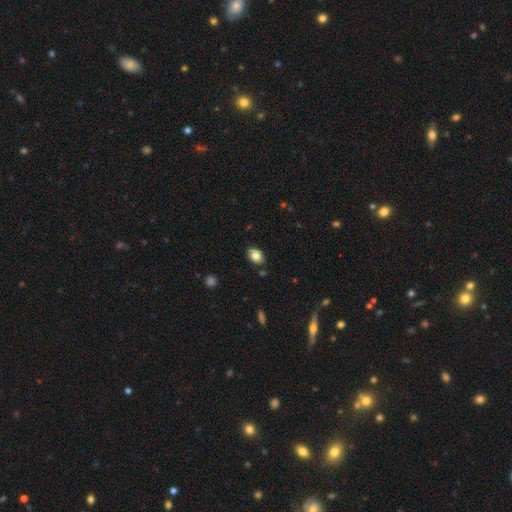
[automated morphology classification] A smooth galaxy with no disk features (83%) that is in between round and cigar-shaped (76%).

Vote fractions:
- Smooth or featured? smooth: 83% / star or artifact: 9% / featured or disk: 8%
- How rounded? in between: 76% / round: 22% / cigar-shaped: 1%
- Merging? none: 86% / minor disturbance: 11% / major disturbance: 2% / merger: 2%